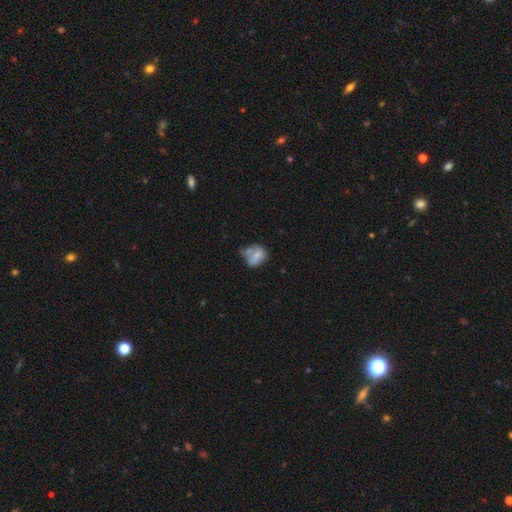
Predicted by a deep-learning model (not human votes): The model was most divided on "merging": none: 29%, merger: 28%, minor disturbance: 26%, major disturbance: 16%. More confident: smooth or featured — smooth (62%); how rounded — in between (50%).